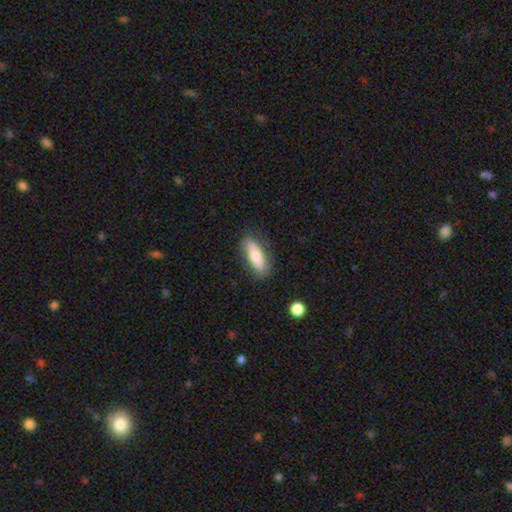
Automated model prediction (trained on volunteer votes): smooth_or_featured: smooth (p=0.66) [alt: featured or disk p=0.27]
how_rounded: in between (p=0.71) [alt: cigar-shaped p=0.27]
merging: none (p=0.79) [alt: minor disturbance p=0.16]